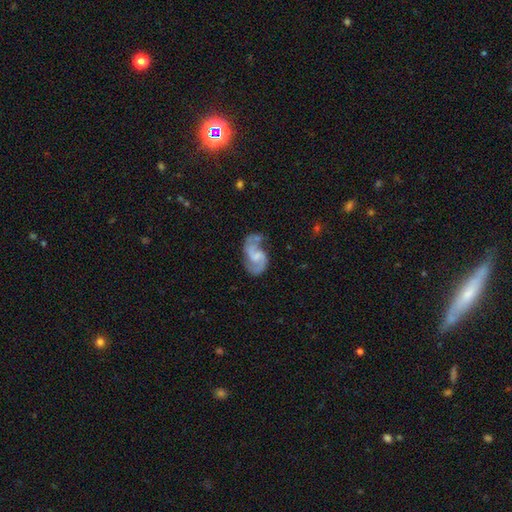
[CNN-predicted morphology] Smooth or featured? featured or disk (84%)
Edge-on disk? no (98%)
Bar? weak (50%)
Spiral arms? yes (95%)
Spiral winding? medium (50%)
Spiral arm count? 2 (90%)
Bulge size? none (40%)
Merging? none (56%)